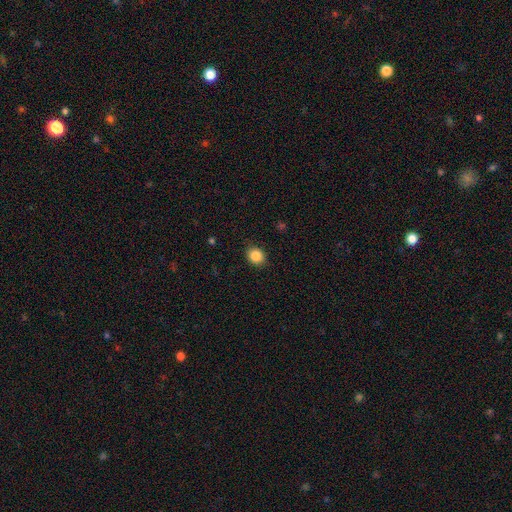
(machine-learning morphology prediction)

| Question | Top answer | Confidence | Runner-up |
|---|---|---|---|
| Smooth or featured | smooth | 86% | star or artifact (10%) |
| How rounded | round | 64% | in between (35%) |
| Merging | none | 89% | minor disturbance (8%) |